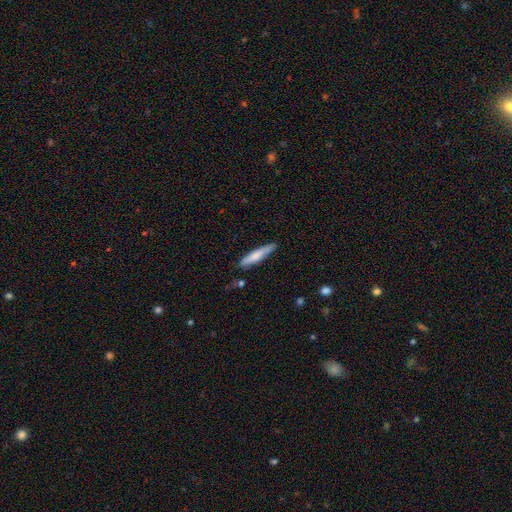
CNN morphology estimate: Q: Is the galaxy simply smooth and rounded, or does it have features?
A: smooth — 73%.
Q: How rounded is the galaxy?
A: cigar-shaped — 88%.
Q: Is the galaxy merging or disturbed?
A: none — 82%.